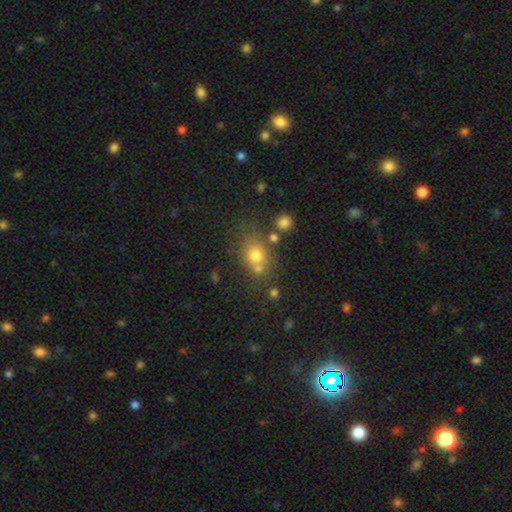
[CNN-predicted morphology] Smooth or featured? Predicted: smooth (p=0.70). How rounded? Predicted: round (p=0.59). Merging? Predicted: none (p=0.57).